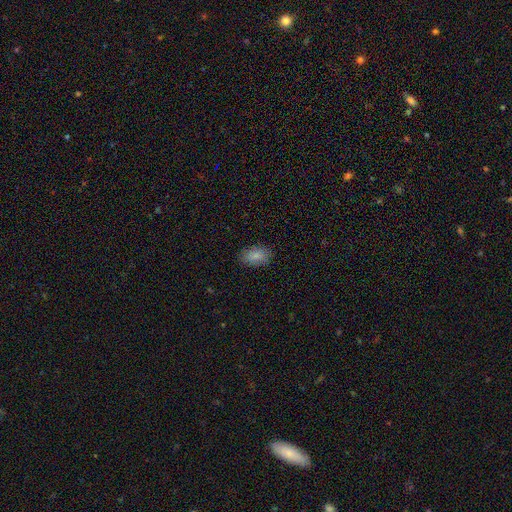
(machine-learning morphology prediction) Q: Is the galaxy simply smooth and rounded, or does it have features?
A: smooth — 87%.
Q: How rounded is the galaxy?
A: in between — 92%.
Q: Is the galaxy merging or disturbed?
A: none — 86%.